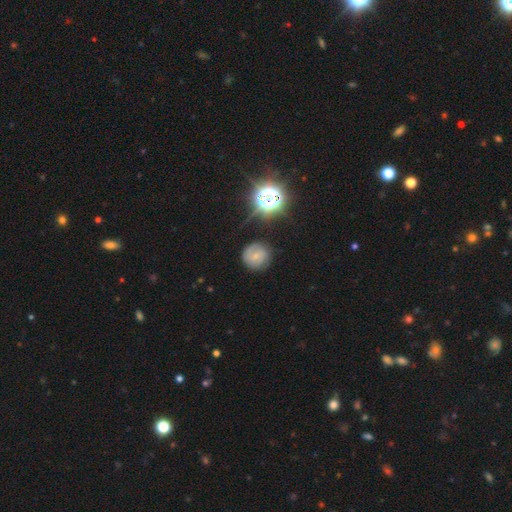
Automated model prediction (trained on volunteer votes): This is possibly a smooth galaxy (50%). How rounded: clearly round (90%). Merging: likely none (76%).